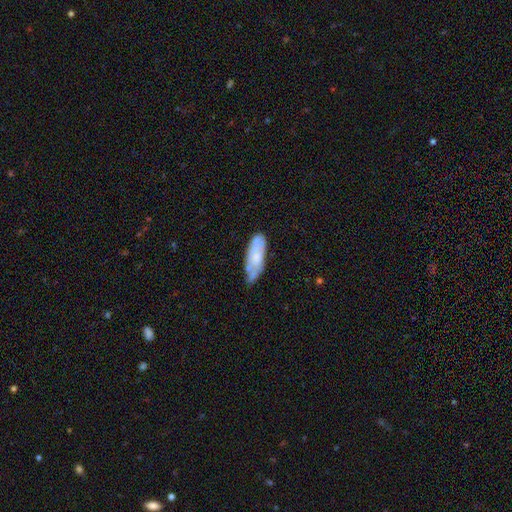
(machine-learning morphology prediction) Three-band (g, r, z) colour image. It shows a smooth galaxy with no disk features (52%) that is in between round and cigar-shaped (63%). Merging: none (50%).